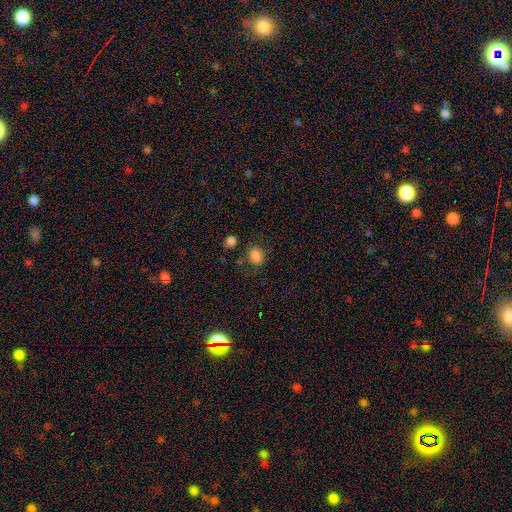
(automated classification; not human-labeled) This appears to be a smooth galaxy with no disk features (84%) that is round (55%). Merging: none (75%).